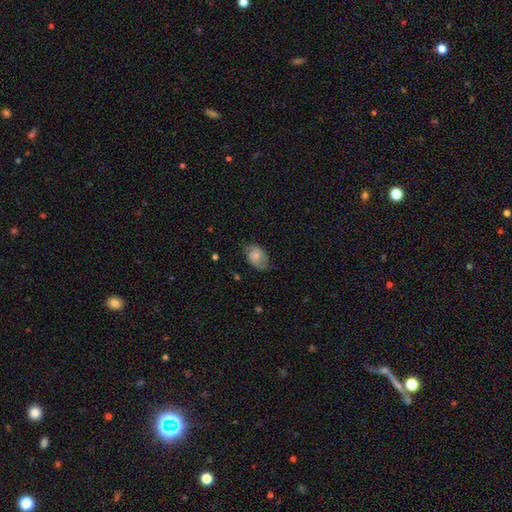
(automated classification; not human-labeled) Smooth or featured? Predicted: smooth (p=0.51). How rounded? Predicted: in between (p=0.80). Merging? Predicted: none (p=0.64).